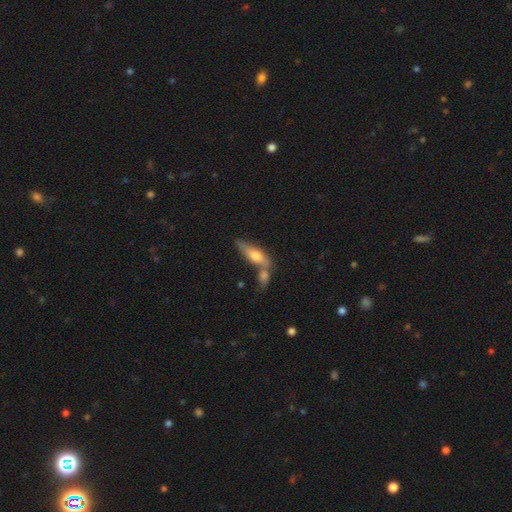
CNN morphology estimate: smooth-or-featured: smooth: 53% | featured or disk: 41% | star or artifact: 6%
  how-rounded: cigar-shaped: 55% | in between: 42% | round: 3%
  merging: none: 49% | merger: 34% | minor disturbance: 13% | major disturbance: 4%